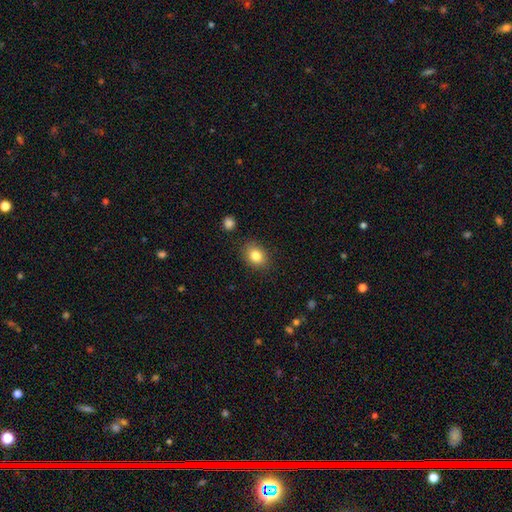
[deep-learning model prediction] Smooth or featured?
  - smooth: 84% *
  - star or artifact: 9%
  - featured or disk: 7%
How rounded?
  - in between: 54% *
  - round: 45%
  - cigar-shaped: 1%
Merging?
  - none: 85% *
  - minor disturbance: 10%
  - major disturbance: 3%
  - merger: 2%